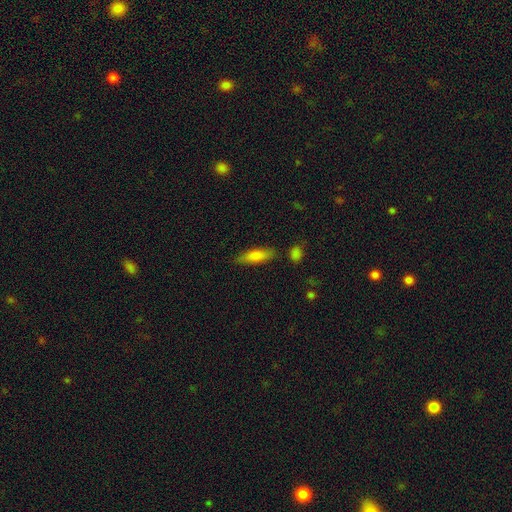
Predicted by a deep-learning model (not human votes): Morphology: type=smooth (78%); roundness=in between (51%); merging=none (80%).